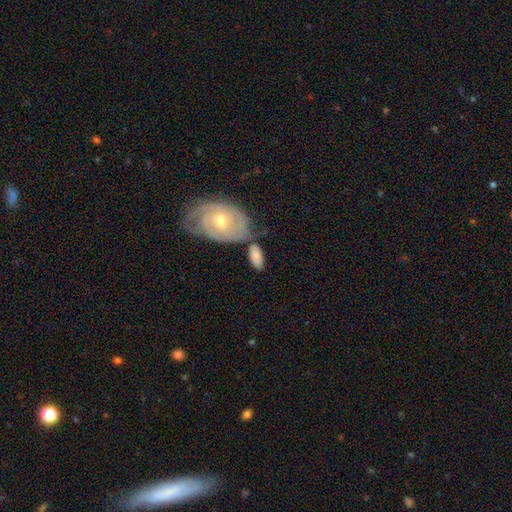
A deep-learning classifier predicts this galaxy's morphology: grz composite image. It shows a smooth galaxy with no disk features (70%) that is in between round and cigar-shaped (91%). Merging: none (48%).